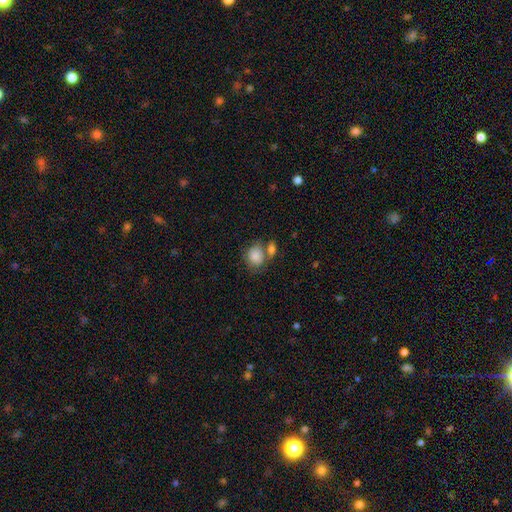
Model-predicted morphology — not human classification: smooth 81%, featured or disk 11%, star or artifact 8%. Down the decision tree: how rounded — round (61%); merging — none (43%).